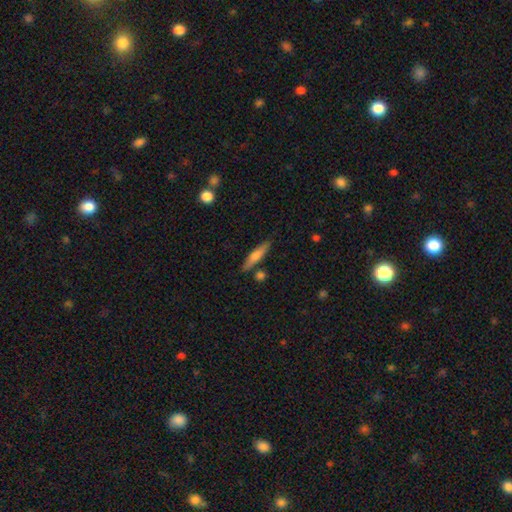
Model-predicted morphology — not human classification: type=smooth (65%); roundness=cigar-shaped (81%); merging=none (80%).